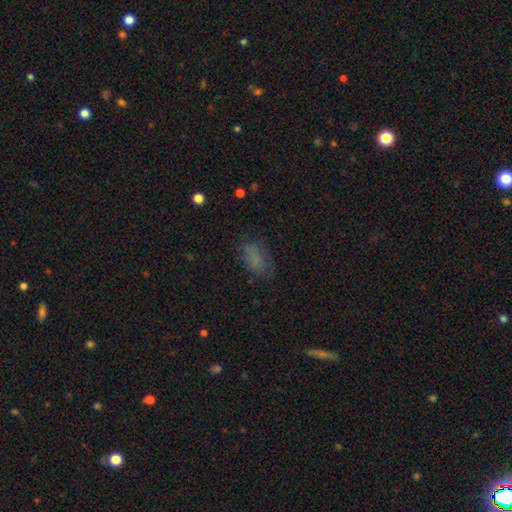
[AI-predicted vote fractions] A smooth galaxy with no disk features (73%) that is in between round and cigar-shaped (86%). Merging: none (76%).